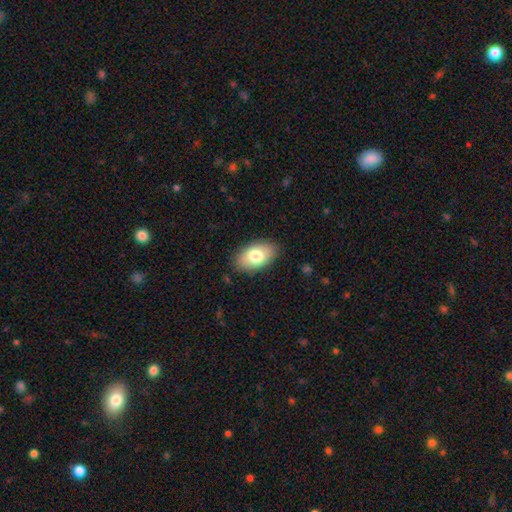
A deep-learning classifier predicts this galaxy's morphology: smooth 78%, featured or disk 15%, star or artifact 7%. Down the decision tree: how rounded — in between (93%); merging — none (86%).